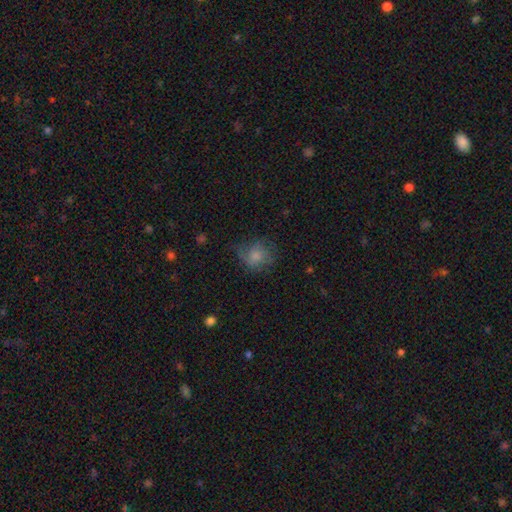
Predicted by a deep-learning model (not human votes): Morphology: type=smooth (65%); roundness=round (72%); merging=none (51%).